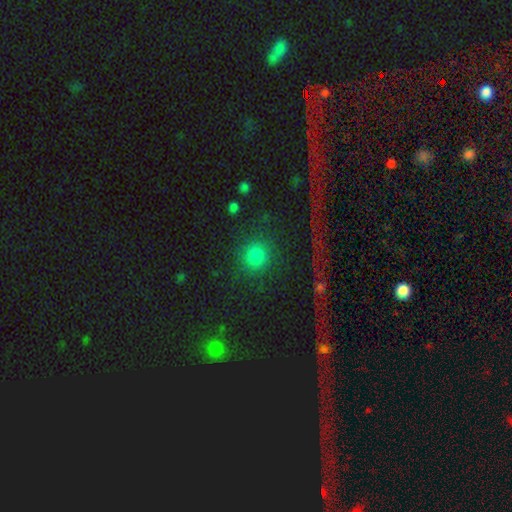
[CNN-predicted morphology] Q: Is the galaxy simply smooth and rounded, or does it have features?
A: smooth — 71%.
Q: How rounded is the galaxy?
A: round — 84%.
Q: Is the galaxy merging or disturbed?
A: none — 73%.